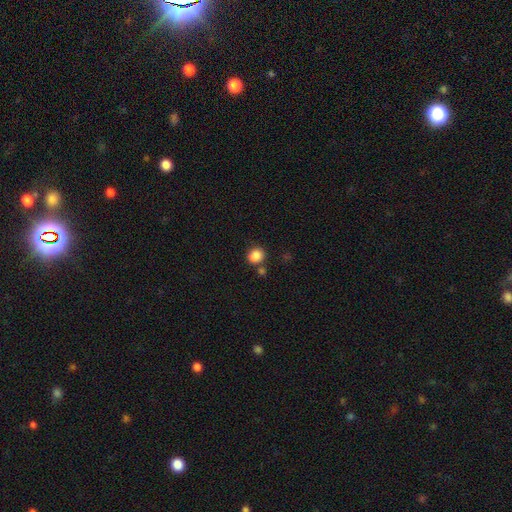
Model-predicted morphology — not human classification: Smooth or featured?
  - smooth: 86% *
  - star or artifact: 10%
  - featured or disk: 4%
How rounded?
  - round: 79% *
  - in between: 21%
  - cigar-shaped: 1%
Merging?
  - none: 72% *
  - merger: 13%
  - minor disturbance: 11%
  - major disturbance: 4%